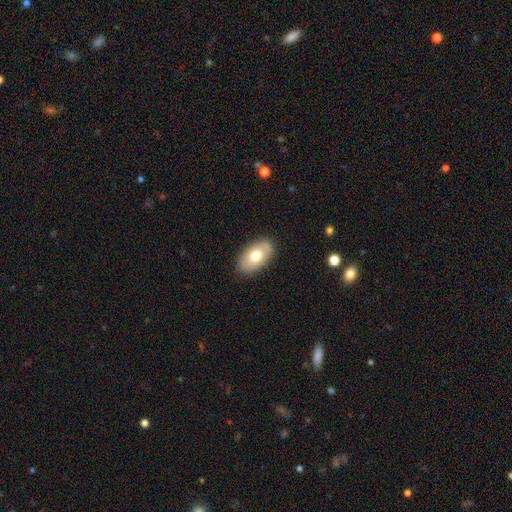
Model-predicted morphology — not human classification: Smooth or featured? smooth (71%)
How rounded? in between (93%)
Merging? none (85%)